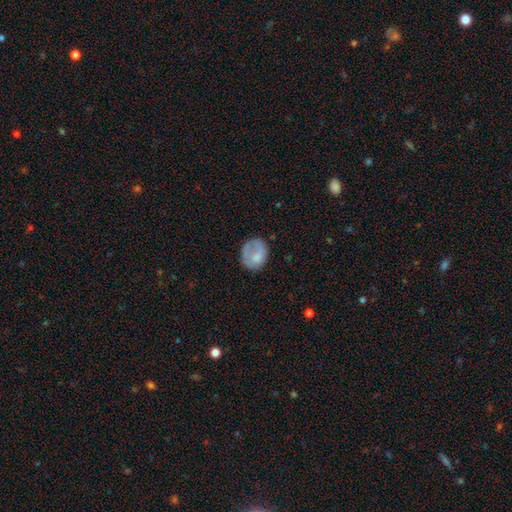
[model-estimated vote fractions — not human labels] Smooth or featured?
  - smooth: 66% *
  - featured or disk: 26%
  - star or artifact: 8%
How rounded?
  - round: 58% *
  - in between: 41%
  - cigar-shaped: 1%
Merging?
  - none: 51% *
  - minor disturbance: 27%
  - major disturbance: 19%
  - merger: 2%